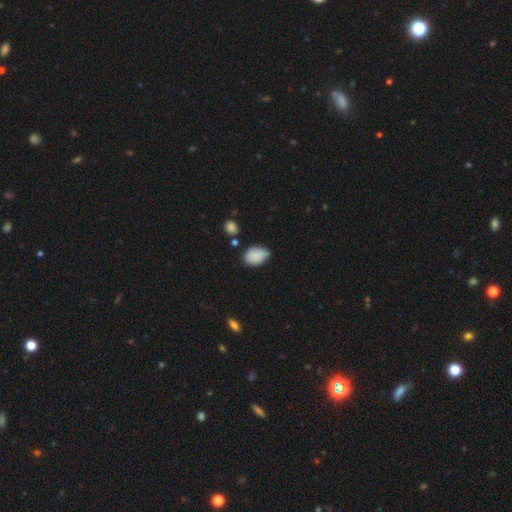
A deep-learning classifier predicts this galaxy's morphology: type=smooth (80%); roundness=in between (82%); merging=none (51%).